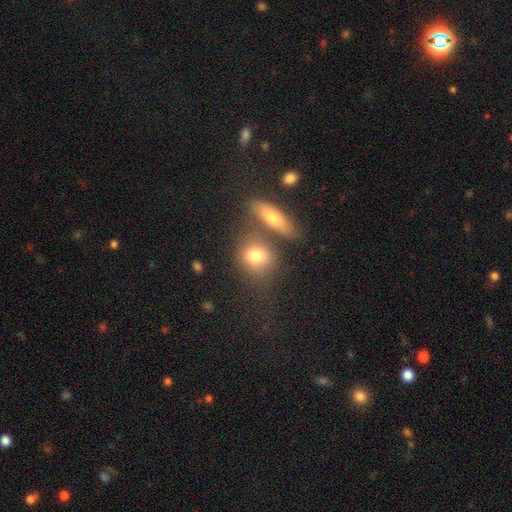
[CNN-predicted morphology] Smooth or featured: smooth — 75% (featured or disk — 14%)
How rounded: round — 61% (in between — 34%)
Merging: none — 54% (merger — 29%)